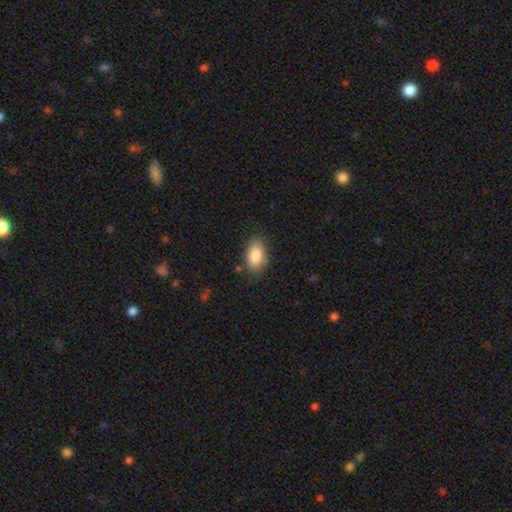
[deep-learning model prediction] Smooth or featured? Predicted: smooth (p=0.85). How rounded? Predicted: in between (p=0.91). Merging? Predicted: none (p=0.81).